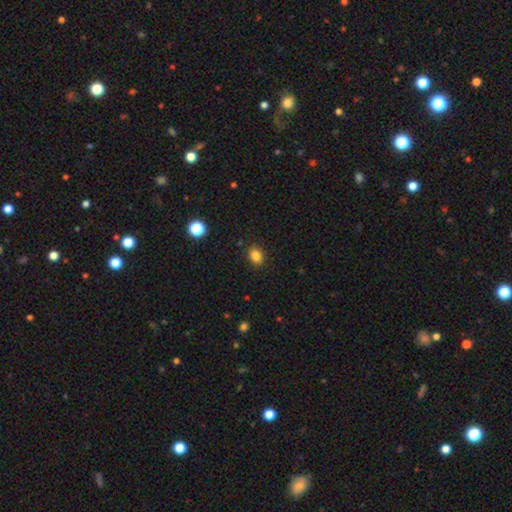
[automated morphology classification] A smooth galaxy with no disk features (84%) that is in between round and cigar-shaped (54%).

Vote fractions:
- Smooth or featured? smooth: 84% / star or artifact: 11% / featured or disk: 5%
- How rounded? in between: 54% / round: 45% / cigar-shaped: 1%
- Merging? none: 88% / minor disturbance: 8% / major disturbance: 2% / merger: 1%